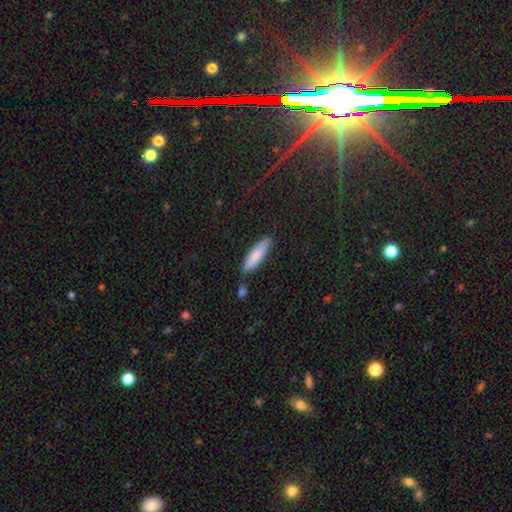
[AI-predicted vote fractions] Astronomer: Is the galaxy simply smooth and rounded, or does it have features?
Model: smooth — 82%.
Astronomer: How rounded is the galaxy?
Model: cigar-shaped — 65%.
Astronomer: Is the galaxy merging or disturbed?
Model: none — 77%.